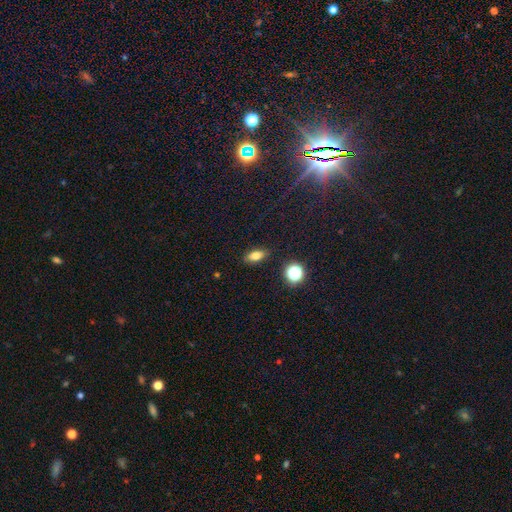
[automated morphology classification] smooth-or-featured: smooth: 75% | star or artifact: 13% | featured or disk: 12%
  how-rounded: in between: 79% | cigar-shaped: 11% | round: 10%
  merging: none: 87% | minor disturbance: 9% | major disturbance: 2% | merger: 2%